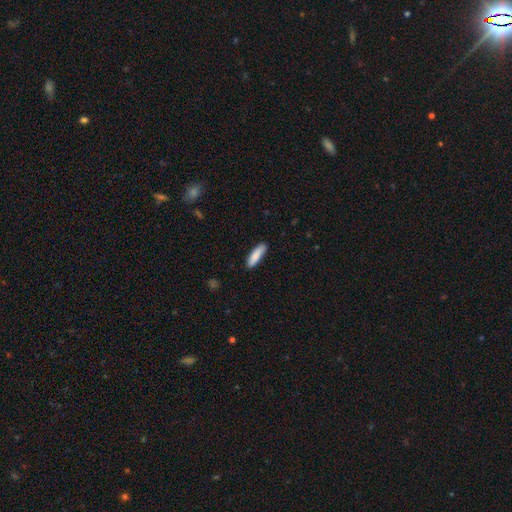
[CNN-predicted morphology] smooth_or_featured: smooth (p=0.86) [alt: featured or disk p=0.08]
how_rounded: cigar-shaped (p=0.62) [alt: in between p=0.37]
merging: none (p=0.83) [alt: minor disturbance p=0.13]